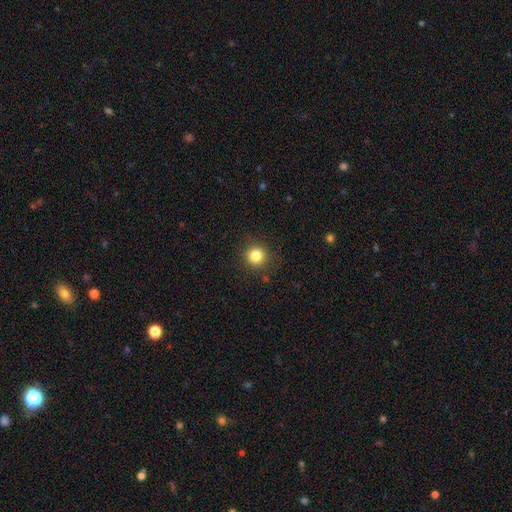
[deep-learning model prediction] Overall: smooth (83%). How rounded: round (93%). Merging: none (89%).